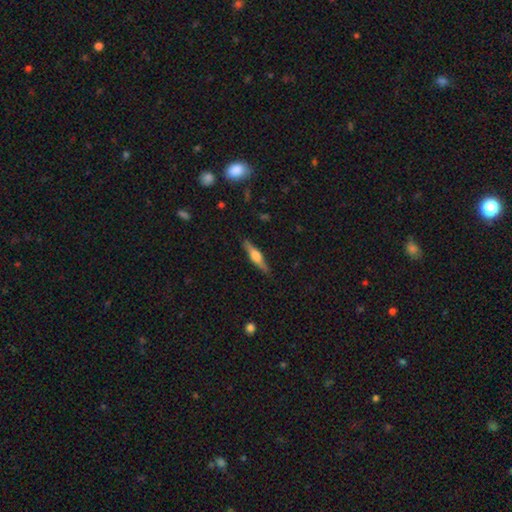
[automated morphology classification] Q: Smooth or featured?
A: featured or disk (62%); runner-up: smooth (32%)
Q: Edge-on disk?
A: yes (96%); runner-up: no (4%)
Q: Edge-on bulge?
A: rounded (87%); runner-up: boxy (10%)
Q: Merging?
A: none (87%); runner-up: minor disturbance (10%)